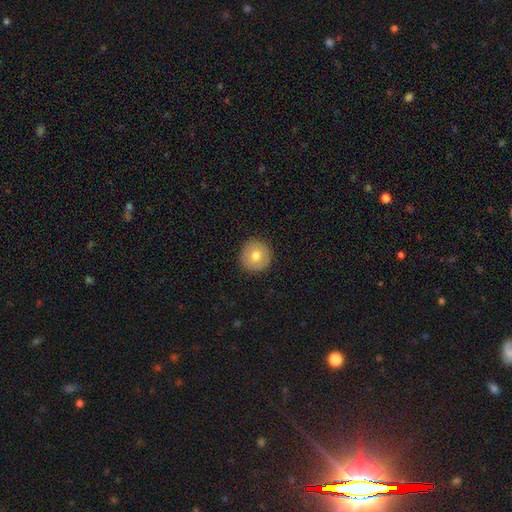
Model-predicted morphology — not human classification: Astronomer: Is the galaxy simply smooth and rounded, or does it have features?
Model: smooth — 75%.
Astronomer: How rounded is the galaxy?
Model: round — 96%.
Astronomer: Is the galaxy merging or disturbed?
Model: none — 92%.